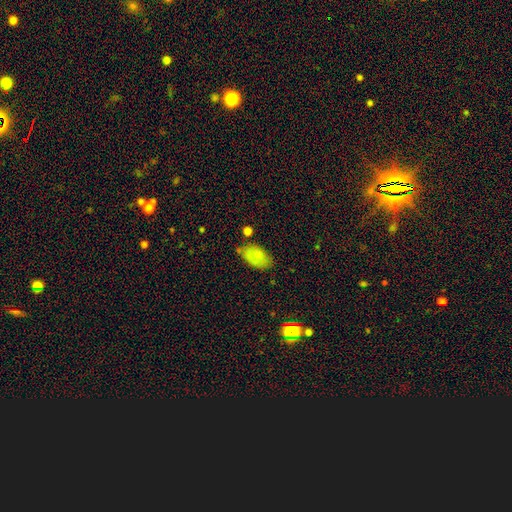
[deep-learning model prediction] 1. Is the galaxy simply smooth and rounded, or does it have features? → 69% smooth, 22% featured or disk, 9% star or artifact.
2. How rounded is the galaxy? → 92% in between, 6% round, 2% cigar-shaped.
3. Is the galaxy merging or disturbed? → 61% none, 26% minor disturbance, 8% major disturbance, 6% merger.